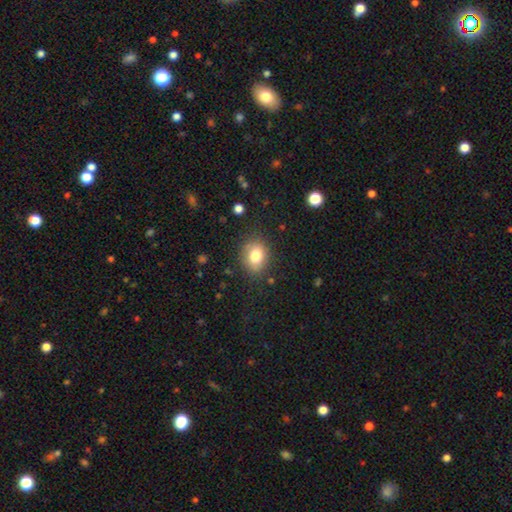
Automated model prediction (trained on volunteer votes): Smooth or featured: smooth — 80% (featured or disk — 10%)
How rounded: in between — 54% (round — 45%)
Merging: none — 77% (minor disturbance — 16%)